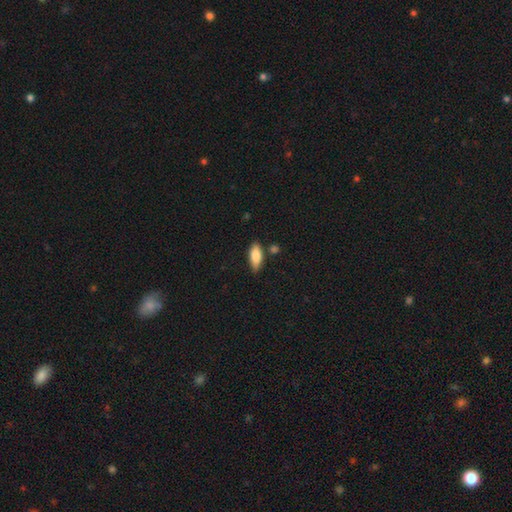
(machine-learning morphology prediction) This is clearly a smooth galaxy (82%). How rounded: likely in between (79%). Merging: likely none (78%).